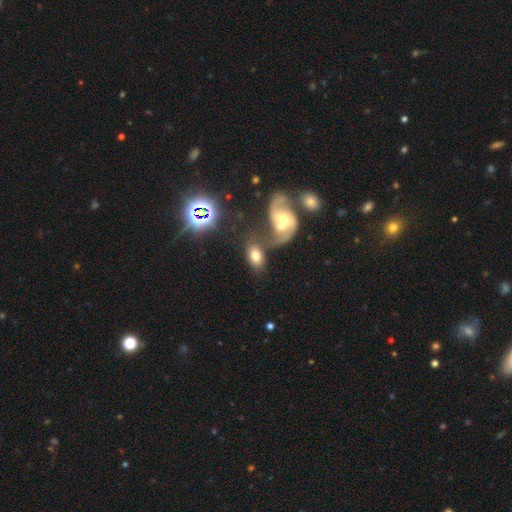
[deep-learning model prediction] smooth 66%, featured or disk 23%, star or artifact 11%. Down the decision tree: how rounded — in between (86%); merging — merger (42%).